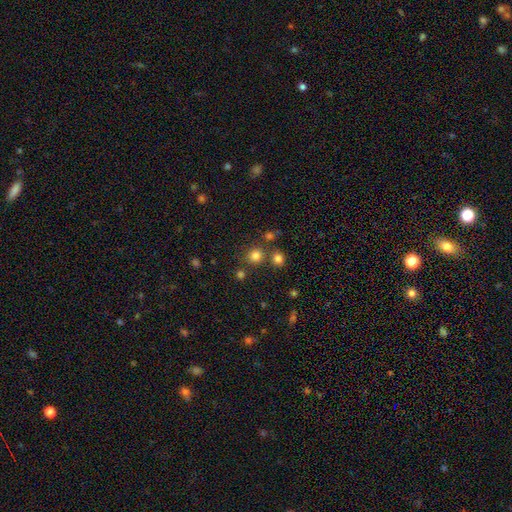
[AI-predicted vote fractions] Morphology: type=smooth (78%); roundness=round (89%); merging=none (75%).